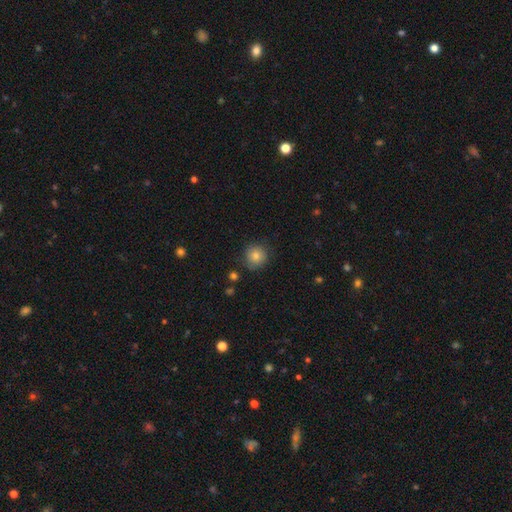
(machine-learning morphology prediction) The model was most divided on "smooth or featured": smooth: 80%, star or artifact: 11%, featured or disk: 9%. More confident: how rounded — round (92%); merging — none (84%).